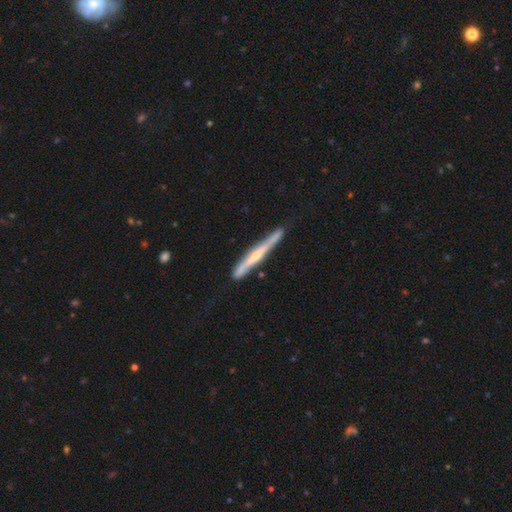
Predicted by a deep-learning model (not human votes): Morphology: type=featured or disk (67%); edge-on=yes (95%); edge-on bulge=rounded (60%); merging=none (78%).